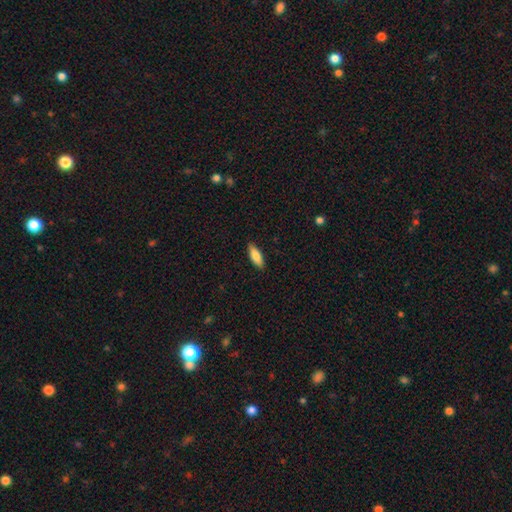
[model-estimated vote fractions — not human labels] Overall: smooth (81%). How rounded: in between (64%; cigar-shaped 34%). Merging: none (88%).